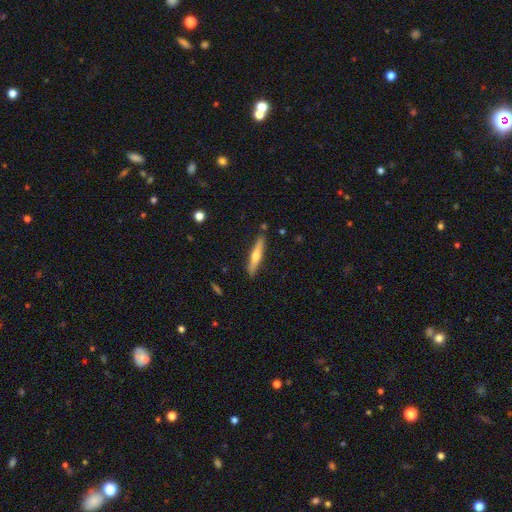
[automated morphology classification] Overall: smooth (49%; featured or disk 46%). Merging: none (86%).